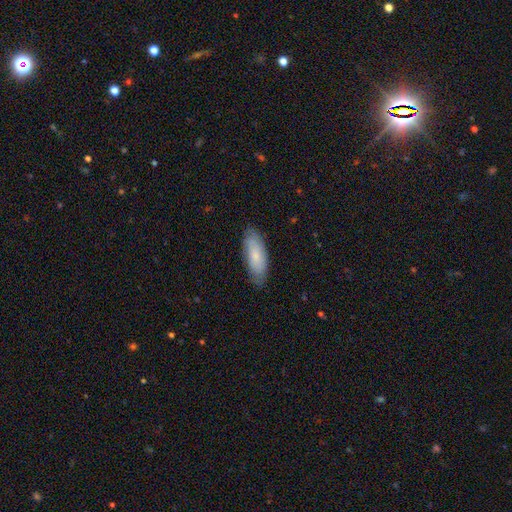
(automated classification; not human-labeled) Q: Smooth or featured?
A: smooth (72%); runner-up: featured or disk (22%)
Q: How rounded?
A: in between (67%); runner-up: cigar-shaped (31%)
Q: Merging?
A: none (81%); runner-up: minor disturbance (16%)